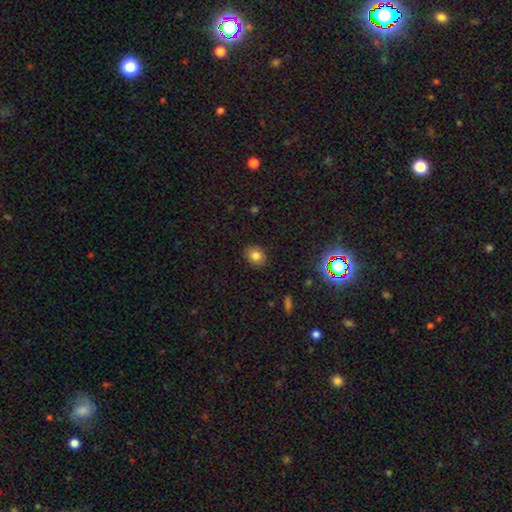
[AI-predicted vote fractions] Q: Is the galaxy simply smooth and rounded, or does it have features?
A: smooth — 80%.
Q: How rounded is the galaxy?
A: round — 62%.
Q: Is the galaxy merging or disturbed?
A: none — 89%.